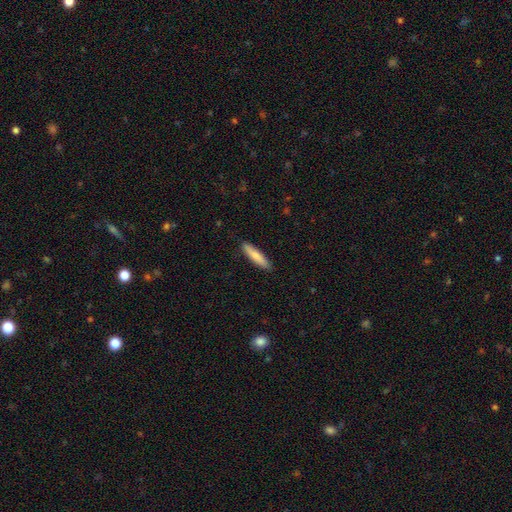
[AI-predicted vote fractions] Smooth or featured?
  - smooth: 77% *
  - featured or disk: 18%
  - star or artifact: 5%
How rounded?
  - cigar-shaped: 81% *
  - in between: 18%
  - round: 1%
Merging?
  - none: 89% *
  - minor disturbance: 9%
  - major disturbance: 2%
  - merger: 1%